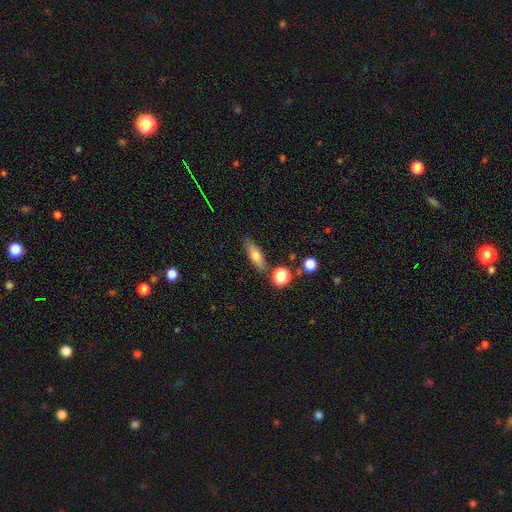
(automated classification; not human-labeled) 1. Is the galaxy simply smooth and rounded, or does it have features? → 66% smooth, 25% featured or disk, 9% star or artifact.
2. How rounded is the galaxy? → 49% in between, 45% cigar-shaped, 6% round.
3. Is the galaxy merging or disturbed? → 82% none, 11% minor disturbance, 4% merger, 3% major disturbance.